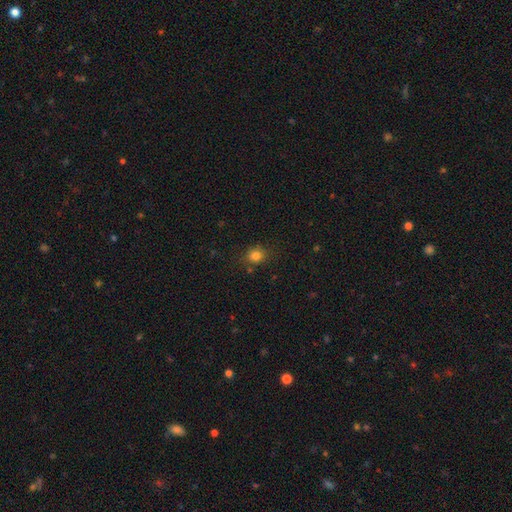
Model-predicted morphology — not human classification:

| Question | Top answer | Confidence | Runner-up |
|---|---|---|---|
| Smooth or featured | smooth | 81% | star or artifact (14%) |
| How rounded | round | 77% | in between (23%) |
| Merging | none | 80% | minor disturbance (13%) |